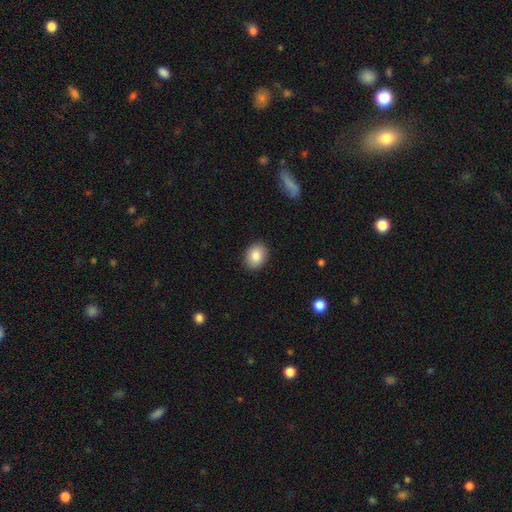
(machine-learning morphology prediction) Q: Smooth or featured?
A: smooth (85%); runner-up: star or artifact (8%)
Q: How rounded?
A: in between (63%); runner-up: round (36%)
Q: Merging?
A: none (89%); runner-up: minor disturbance (8%)